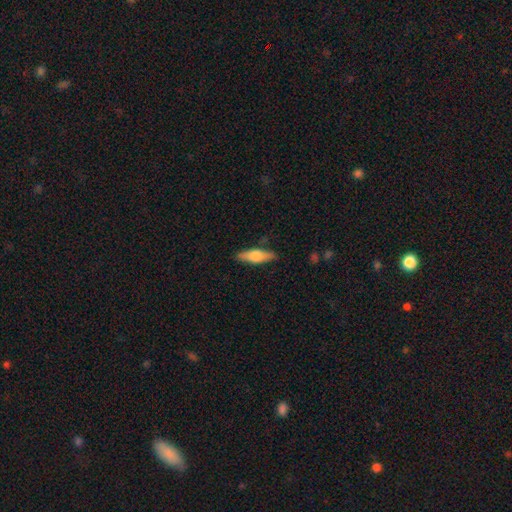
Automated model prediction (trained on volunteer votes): A smooth galaxy with no disk features (56%) that is cigar-shaped (52%). Merging: none (86%).